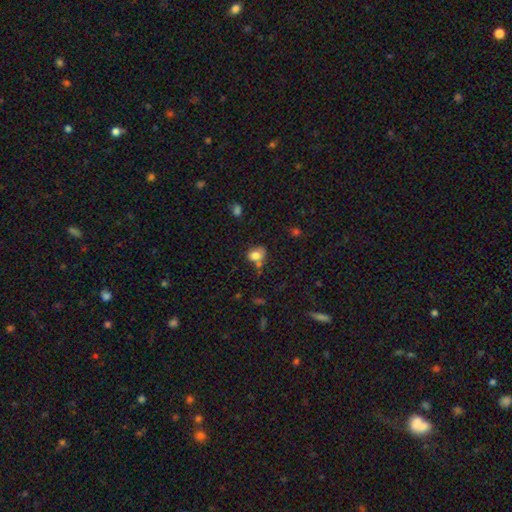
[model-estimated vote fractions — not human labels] smooth 79%, star or artifact 11%, featured or disk 11%. Down the decision tree: how rounded — in between (61%); merging — none (51%).